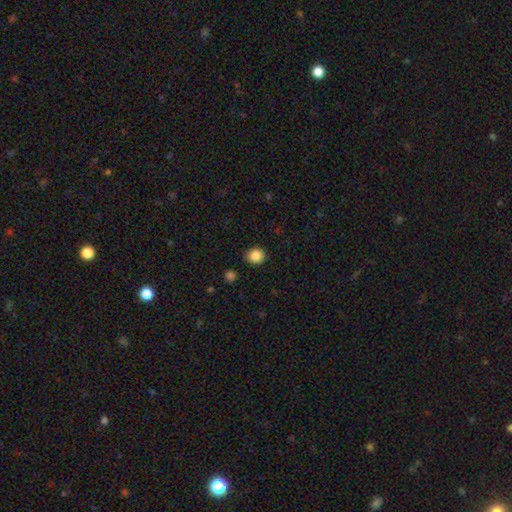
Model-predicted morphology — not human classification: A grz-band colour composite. It shows a smooth galaxy with no disk features (86%) that is round (86%). Merging: none (89%).